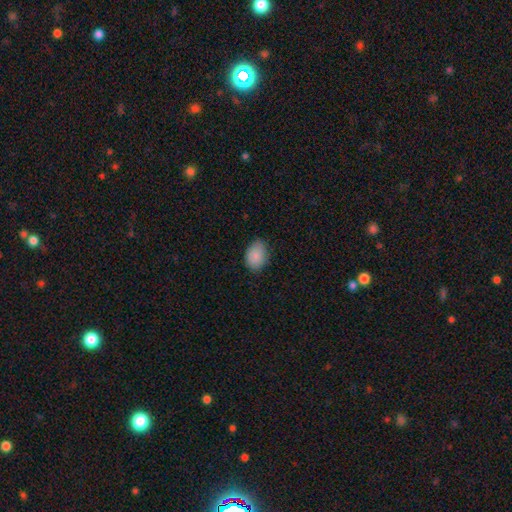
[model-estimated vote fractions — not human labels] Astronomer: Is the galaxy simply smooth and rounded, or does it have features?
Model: smooth — 88%.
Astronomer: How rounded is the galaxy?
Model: in between — 79%.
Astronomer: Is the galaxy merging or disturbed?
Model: none — 77%.